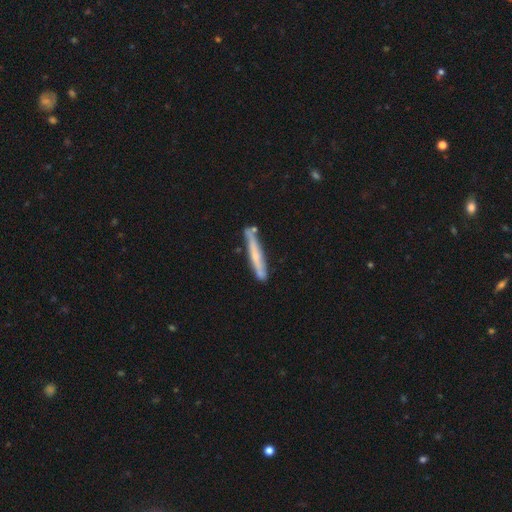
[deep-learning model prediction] Overall: featured or disk (50%; smooth 44%). Merging: none (72%).